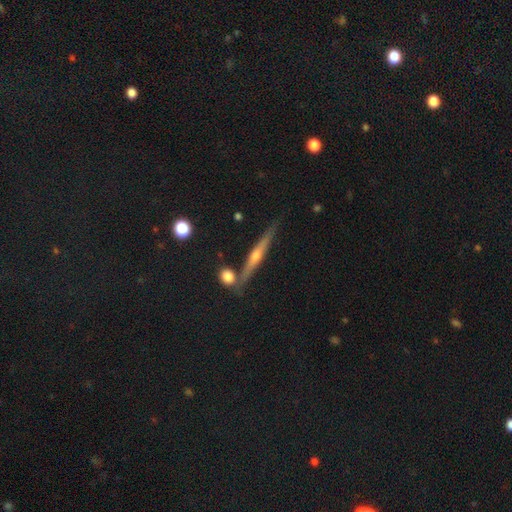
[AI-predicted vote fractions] A featured or disk galaxy (75%) viewed edge-on (97%) with a rounded central bulge (87%).

Vote fractions:
- Smooth or featured? featured or disk: 75% / smooth: 14% / star or artifact: 10%
- Edge-on disk? yes: 97% / no: 3%
- Edge-on bulge? rounded: 87% / none: 8% / boxy: 5%
- Merging? none: 81% / minor disturbance: 9% / merger: 7% / major disturbance: 3%